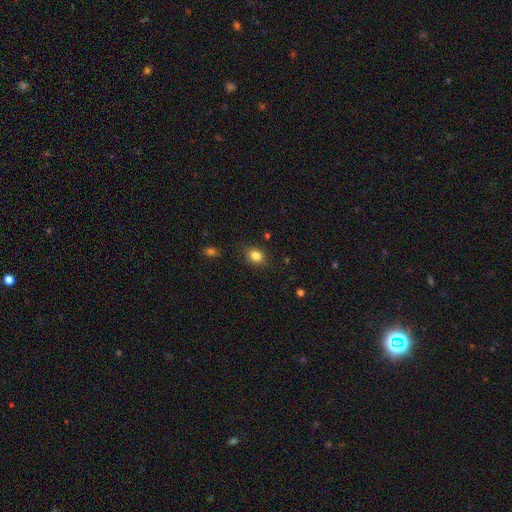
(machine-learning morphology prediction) Smooth or featured? smooth (82%)
How rounded? in between (61%)
Merging? none (81%)